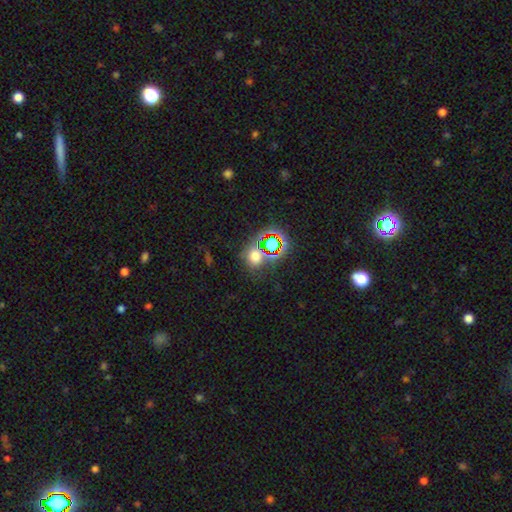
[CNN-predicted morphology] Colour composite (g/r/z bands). It shows a smooth galaxy with no disk features (51%) that is round (65%). Merging: none (67%).